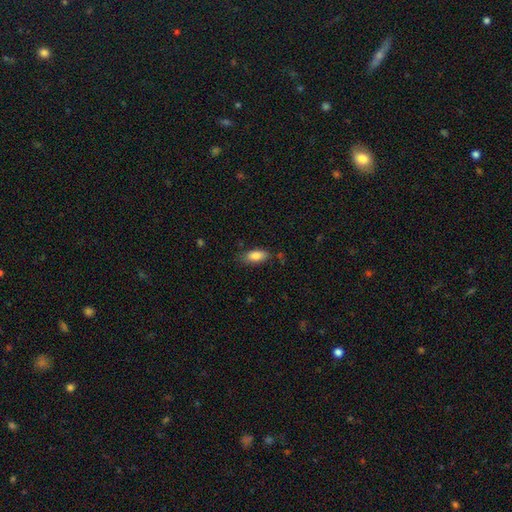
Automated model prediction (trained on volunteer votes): This appears to be a smooth galaxy with no disk features (85%) that is in between round and cigar-shaped (87%). Merging: none (75%).